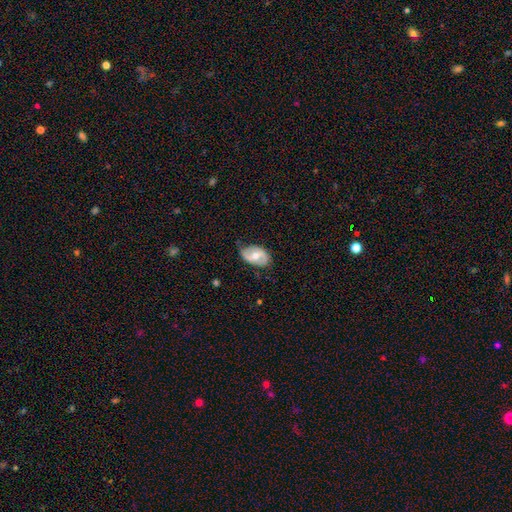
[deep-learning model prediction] featured or disk 60%, smooth 35%, star or artifact 6%. Down the decision tree: edge-on disk — no (95%); bar — no (43%); spiral arms — yes (71%); bulge size — moderate (72%); merging — none (71%).